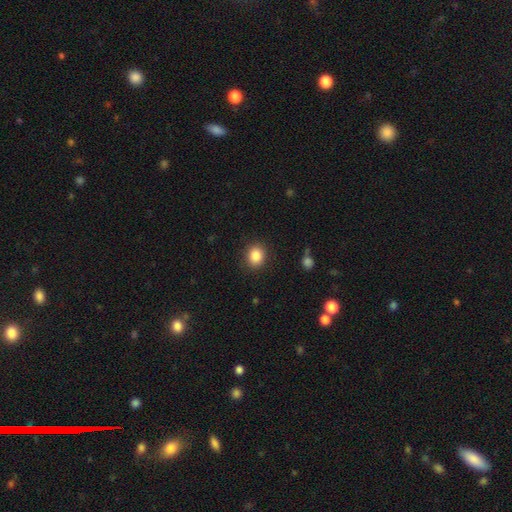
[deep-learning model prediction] A smooth galaxy with no disk features (86%) that is round (62%). Merging: none (88%).